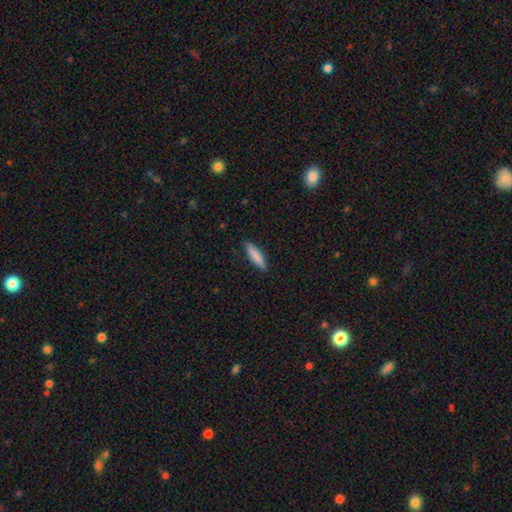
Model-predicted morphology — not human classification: Q: Smooth or featured?
A: smooth (83%); runner-up: featured or disk (11%)
Q: How rounded?
A: cigar-shaped (73%); runner-up: in between (25%)
Q: Merging?
A: none (88%); runner-up: minor disturbance (9%)